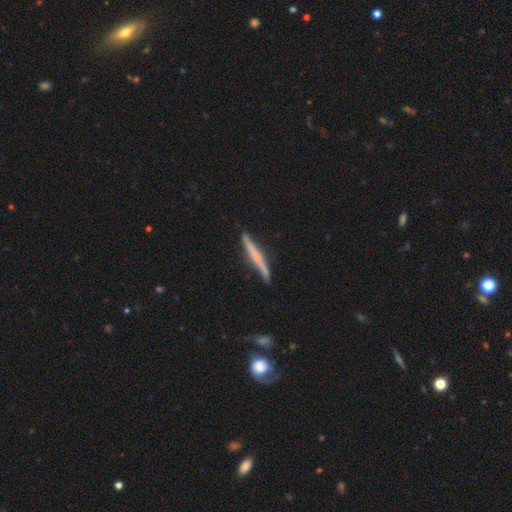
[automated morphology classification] This appears to be a featured or disk galaxy (49%). Merging: none (84%).